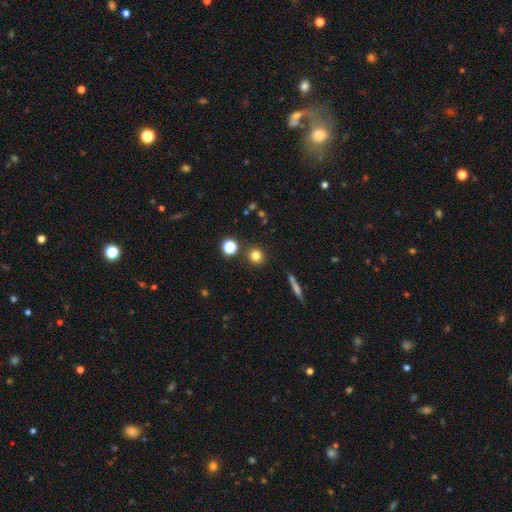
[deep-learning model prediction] smooth 80%, star or artifact 14%, featured or disk 7%. Down the decision tree: how rounded — round (92%); merging — none (87%).